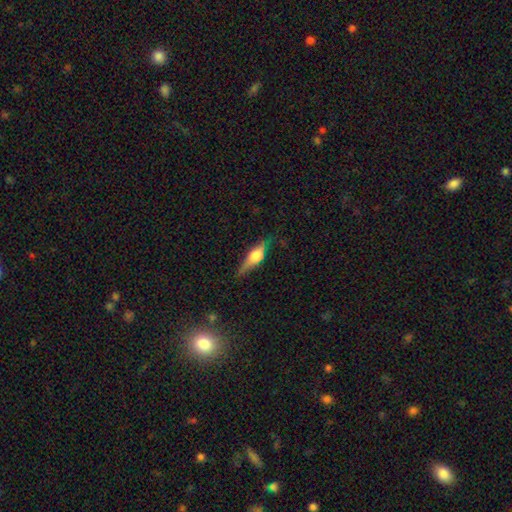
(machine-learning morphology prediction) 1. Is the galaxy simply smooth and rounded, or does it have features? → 55% featured or disk, 37% smooth, 8% star or artifact.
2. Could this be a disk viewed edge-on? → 93% yes, 7% no.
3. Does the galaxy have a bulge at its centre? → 86% rounded, 12% boxy, 3% none.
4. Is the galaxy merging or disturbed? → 73% none, 20% minor disturbance, 6% major disturbance, 2% merger.